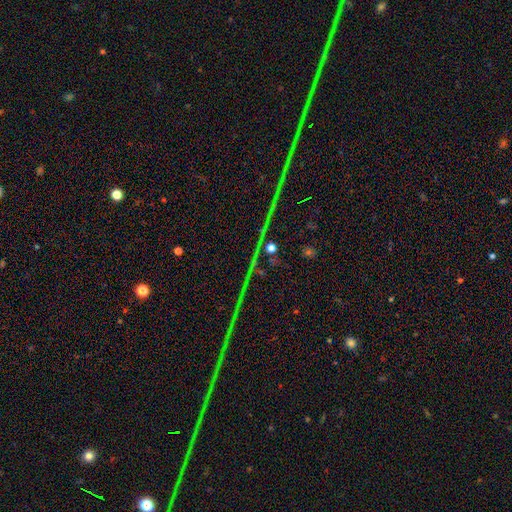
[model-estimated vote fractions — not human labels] This is clearly a star or artifact rather than a galaxy (85%).